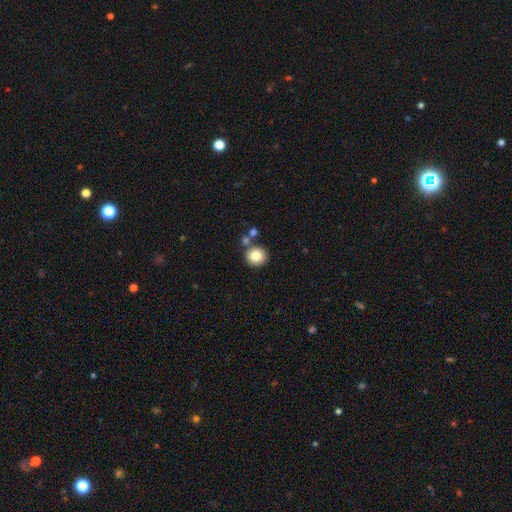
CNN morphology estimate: This is clearly a smooth galaxy (81%). How rounded: clearly round (90%). Merging: likely none (74%).